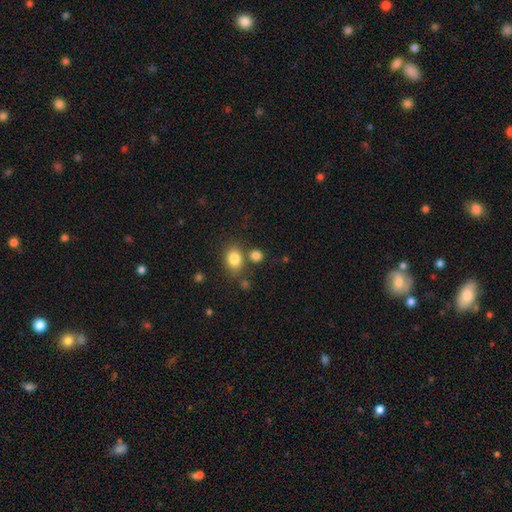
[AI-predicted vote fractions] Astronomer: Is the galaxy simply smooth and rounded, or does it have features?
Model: smooth — 83%.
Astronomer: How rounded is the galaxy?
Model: round — 55% (runner-up: in between, 43%).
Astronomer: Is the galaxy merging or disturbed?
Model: none — 66%.